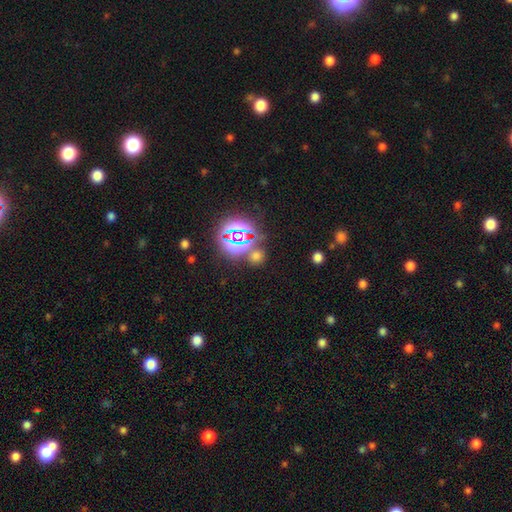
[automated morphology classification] Overall: star or artifact (49%; smooth 45%).